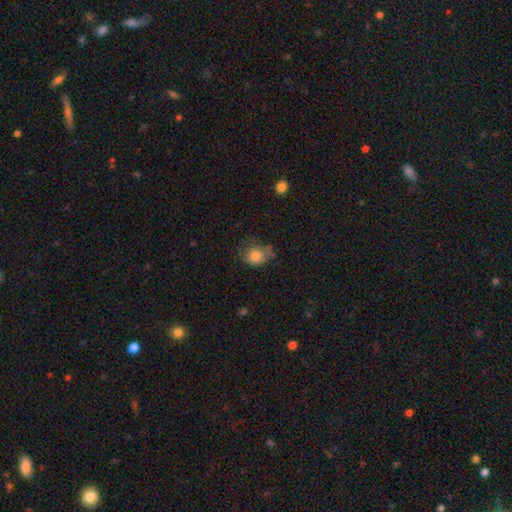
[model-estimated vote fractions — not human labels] smooth 77%, featured or disk 14%, star or artifact 9%. Down the decision tree: how rounded — round (53%); merging — none (46%).